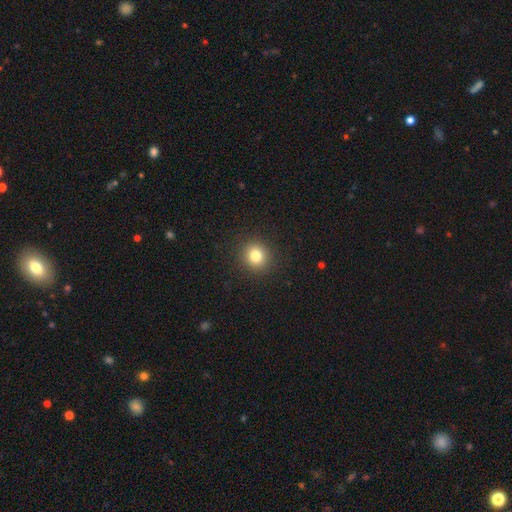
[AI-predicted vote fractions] smooth-or-featured: smooth: 81% | star or artifact: 12% | featured or disk: 7%
  how-rounded: round: 87% | in between: 12% | cigar-shaped: 1%
  merging: none: 91% | minor disturbance: 6% | major disturbance: 2% | merger: 1%